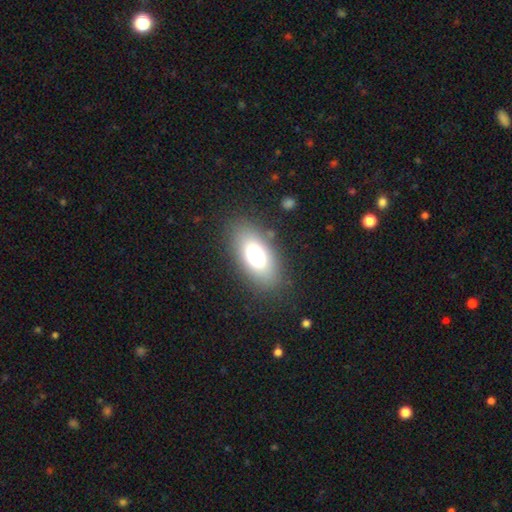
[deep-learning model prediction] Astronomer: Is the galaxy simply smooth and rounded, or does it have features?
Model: smooth — 75%.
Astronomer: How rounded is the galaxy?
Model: in between — 89%.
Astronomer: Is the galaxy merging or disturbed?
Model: none — 83%.